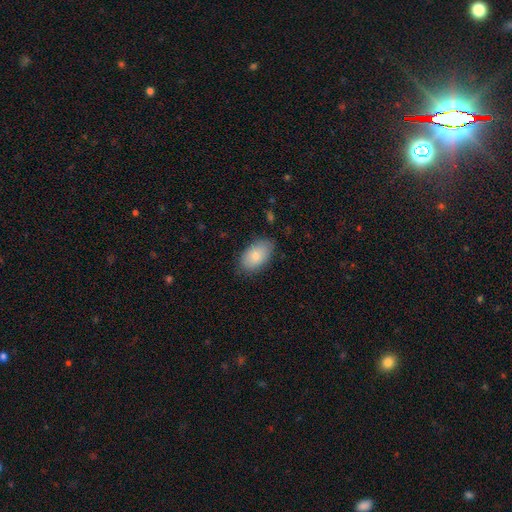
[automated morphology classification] A smooth galaxy with no disk features (81%) that is in between round and cigar-shaped (93%).

Vote fractions:
- Smooth or featured? smooth: 81% / featured or disk: 12% / star or artifact: 7%
- How rounded? in between: 93% / round: 5% / cigar-shaped: 2%
- Merging? none: 80% / minor disturbance: 16% / major disturbance: 3% / merger: 1%